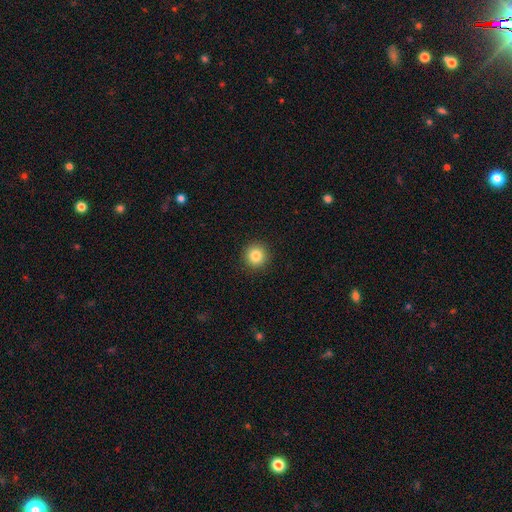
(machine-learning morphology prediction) A smooth galaxy with no disk features (84%) that is round (95%).

Vote fractions:
- Smooth or featured? smooth: 84% / star or artifact: 11% / featured or disk: 5%
- How rounded? round: 95% / in between: 5% / cigar-shaped: 1%
- Merging? none: 93% / minor disturbance: 5% / major disturbance: 2% / merger: 1%